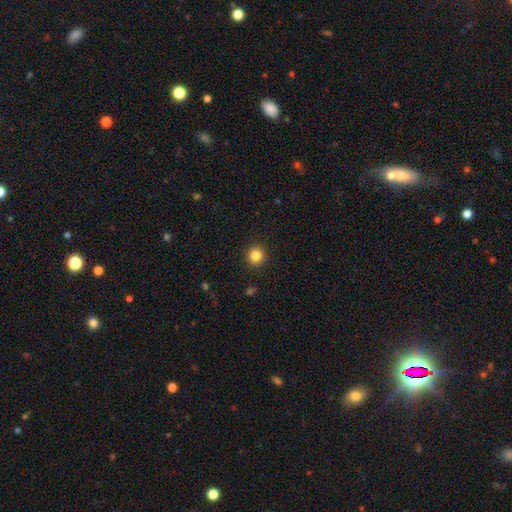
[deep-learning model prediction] smooth-or-featured: smooth: 84% | star or artifact: 11% | featured or disk: 5%
  how-rounded: round: 95% | in between: 4% | cigar-shaped: 1%
  merging: none: 92% | minor disturbance: 5% | major disturbance: 2% | merger: 1%